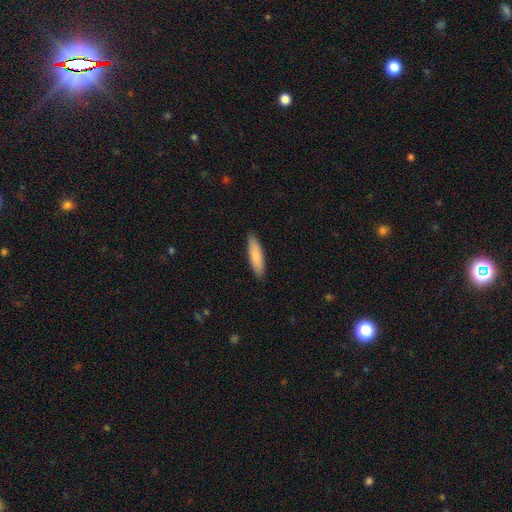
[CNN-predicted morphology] This appears to be a smooth galaxy with no disk features (85%) that is cigar-shaped (69%). Merging: none (88%).